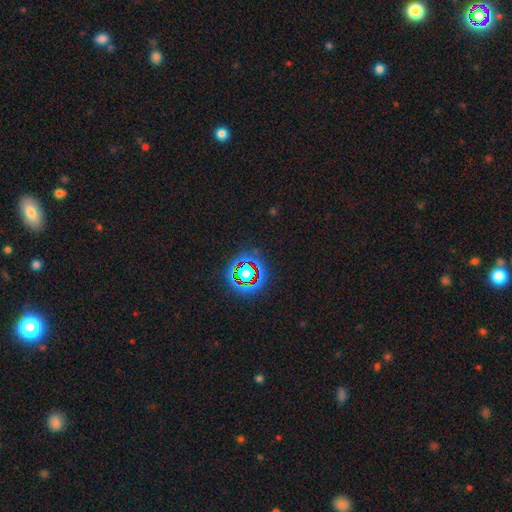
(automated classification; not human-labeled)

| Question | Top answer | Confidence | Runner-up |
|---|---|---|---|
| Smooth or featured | star or artifact | 63% | smooth (23%) |